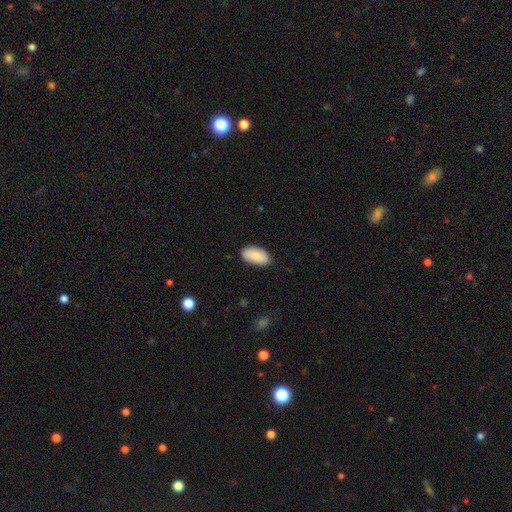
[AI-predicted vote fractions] A smooth galaxy with no disk features (83%) that is in between round and cigar-shaped (95%).

Vote fractions:
- Smooth or featured? smooth: 83% / featured or disk: 11% / star or artifact: 6%
- How rounded? in between: 95% / round: 3% / cigar-shaped: 3%
- Merging? none: 84% / minor disturbance: 12% / major disturbance: 2% / merger: 1%